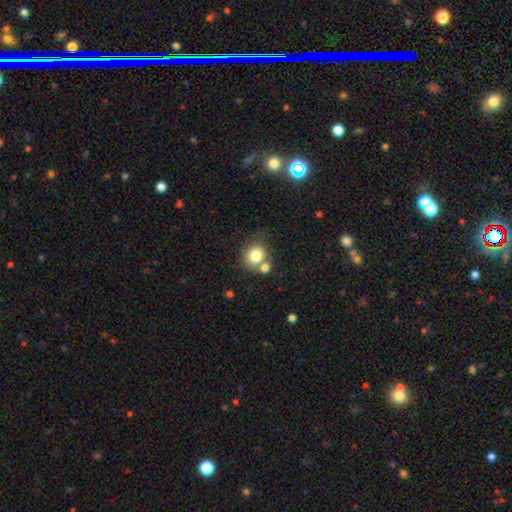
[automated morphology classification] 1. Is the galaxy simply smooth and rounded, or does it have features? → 80% smooth, 11% featured or disk, 10% star or artifact.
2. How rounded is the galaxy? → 74% round, 25% in between, 1% cigar-shaped.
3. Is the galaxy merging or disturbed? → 53% none, 29% merger, 13% minor disturbance, 5% major disturbance.